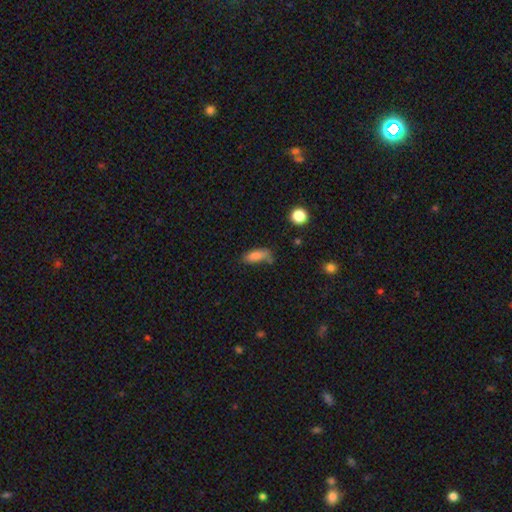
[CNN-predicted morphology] Smooth or featured? smooth (81%)
How rounded? in between (74%)
Merging? none (54%)